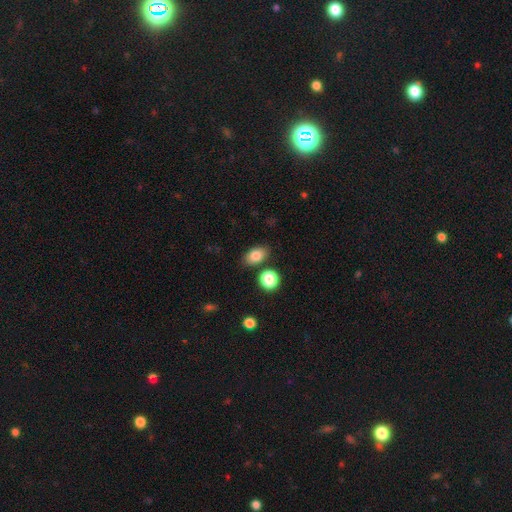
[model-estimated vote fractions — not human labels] A smooth galaxy with no disk features (82%) that is in between round and cigar-shaped (83%).

Vote fractions:
- Smooth or featured? smooth: 82% / star or artifact: 9% / featured or disk: 9%
- How rounded? in between: 83% / round: 15% / cigar-shaped: 2%
- Merging? none: 79% / minor disturbance: 11% / merger: 7% / major disturbance: 3%